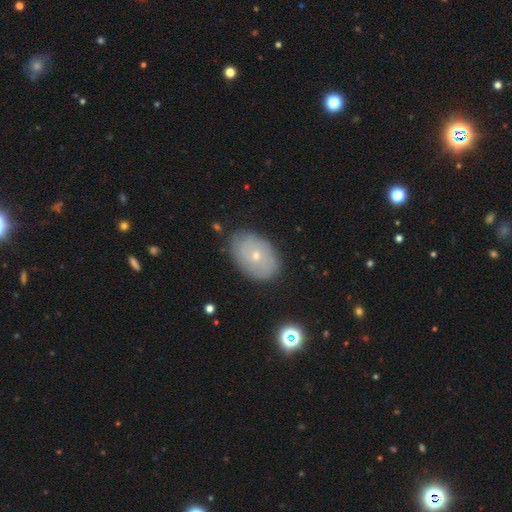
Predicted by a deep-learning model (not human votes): Smooth or featured? Predicted: smooth (p=0.46). Merging? Predicted: none (p=0.81).